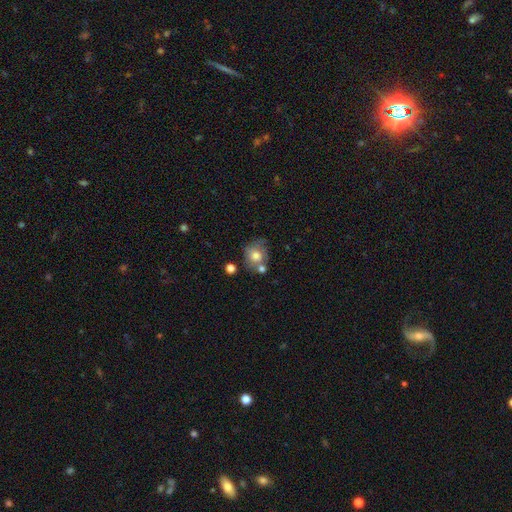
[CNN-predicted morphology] This is likely a smooth galaxy (67%). How rounded: likely round (71%). Merging: possibly none (50%).